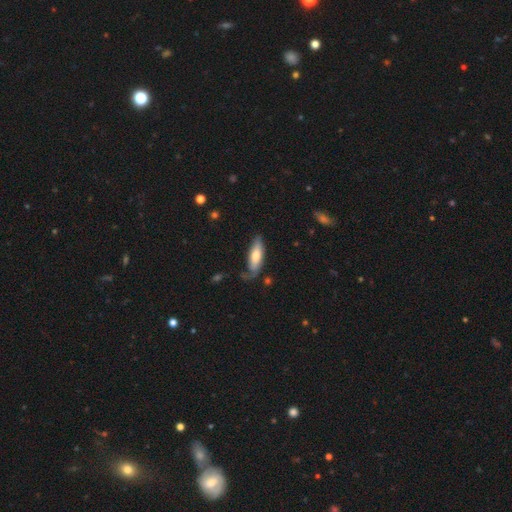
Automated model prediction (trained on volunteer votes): A smooth galaxy with no disk features (63%) that is in between round and cigar-shaped (60%).

Vote fractions:
- Smooth or featured? smooth: 63% / featured or disk: 32% / star or artifact: 5%
- How rounded? in between: 60% / cigar-shaped: 38% / round: 2%
- Merging? none: 53% / minor disturbance: 29% / major disturbance: 15% / merger: 3%